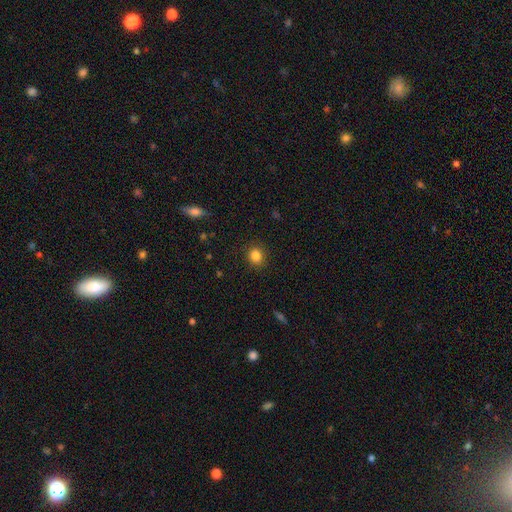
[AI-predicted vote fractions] This appears to be a smooth galaxy with no disk features (84%) that is round (75%). Merging: none (89%).